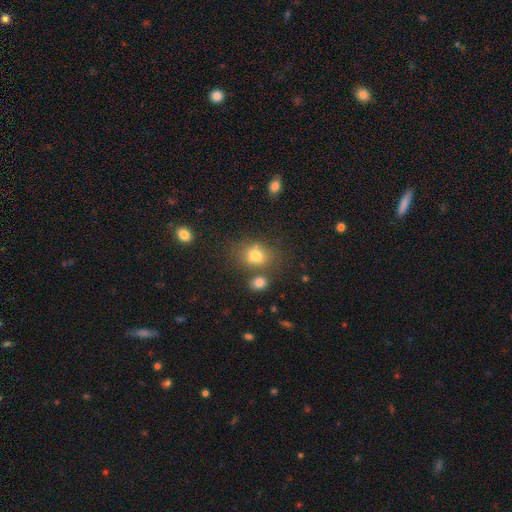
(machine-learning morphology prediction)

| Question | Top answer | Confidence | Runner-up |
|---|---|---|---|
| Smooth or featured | smooth | 76% | star or artifact (13%) |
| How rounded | in between | 51% | round (48%) |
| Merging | none | 61% | merger (17%) |